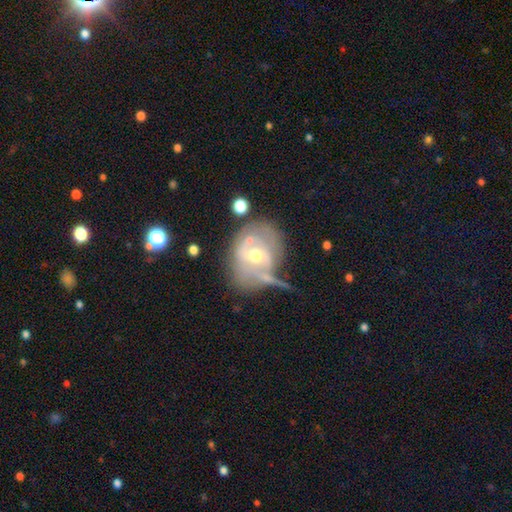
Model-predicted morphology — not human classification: Q: Smooth or featured?
A: featured or disk (59%); runner-up: smooth (33%)
Q: Edge-on disk?
A: no (94%); runner-up: yes (6%)
Q: Bar?
A: no (68%); runner-up: weak (24%)
Q: Spiral arms?
A: no (61%); runner-up: yes (39%)
Q: Bulge size?
A: moderate (73%); runner-up: small (19%)
Q: Merging?
A: none (36%); runner-up: major disturbance (24%)